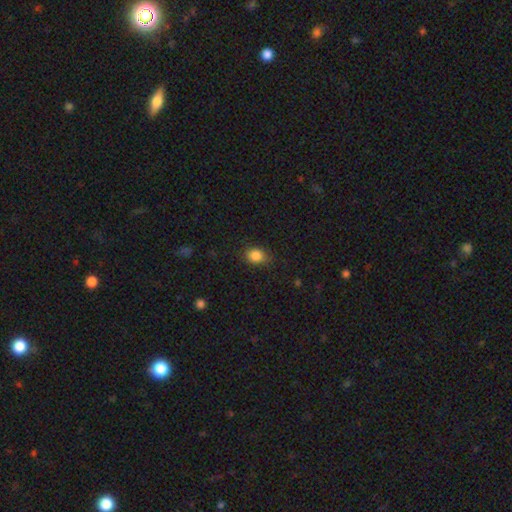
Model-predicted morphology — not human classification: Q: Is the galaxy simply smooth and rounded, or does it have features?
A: smooth — 85%.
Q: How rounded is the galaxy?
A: in between — 54%.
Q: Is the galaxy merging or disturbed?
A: none — 81%.